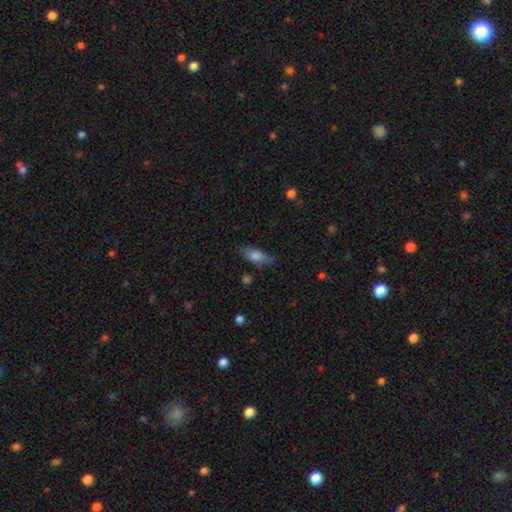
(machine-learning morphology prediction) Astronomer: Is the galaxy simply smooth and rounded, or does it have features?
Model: smooth — 73%.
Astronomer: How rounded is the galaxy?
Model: in between — 72%.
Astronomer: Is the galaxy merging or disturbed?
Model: none — 67%.